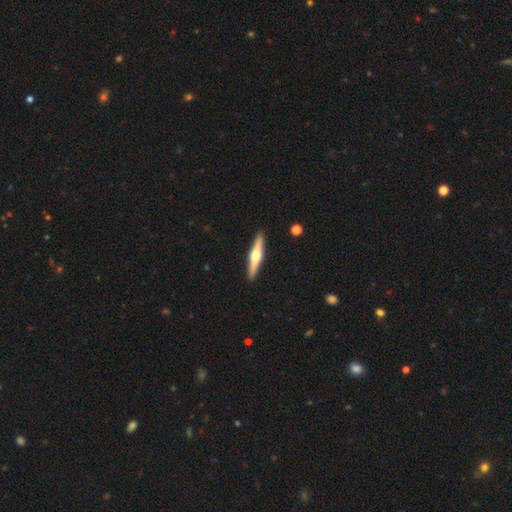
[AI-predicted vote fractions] Smooth or featured? Predicted: featured or disk (p=0.67). Edge-on disk? Predicted: yes (p=0.97). Edge-on bulge? Predicted: rounded (p=0.94). Merging? Predicted: none (p=0.92).